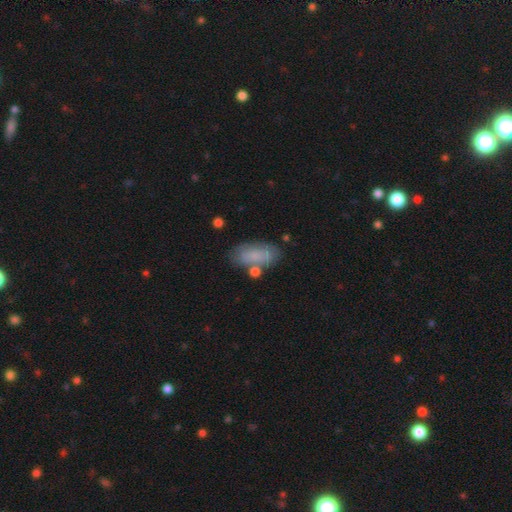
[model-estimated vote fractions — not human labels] Overall: smooth (71%). How rounded: in between (89%). Merging: none (63%).